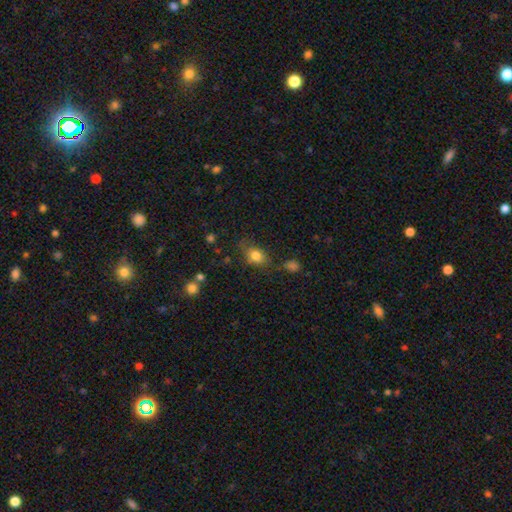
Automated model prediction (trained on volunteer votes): This appears to be a smooth galaxy with no disk features (80%) that is in between round and cigar-shaped (65%). Merging: none (60%).